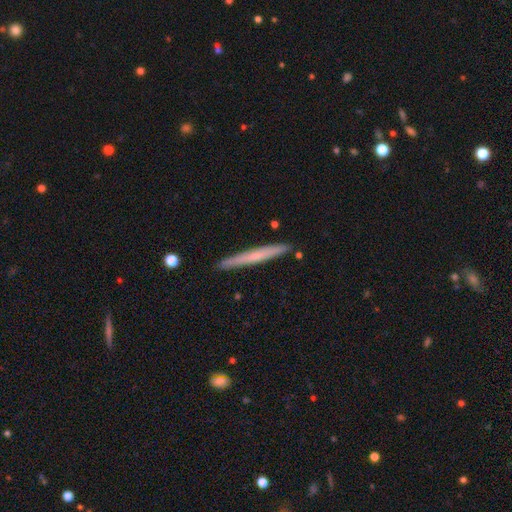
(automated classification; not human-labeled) Q: Smooth or featured?
A: smooth (50%); runner-up: featured or disk (45%)
Q: Merging?
A: none (91%); runner-up: minor disturbance (7%)